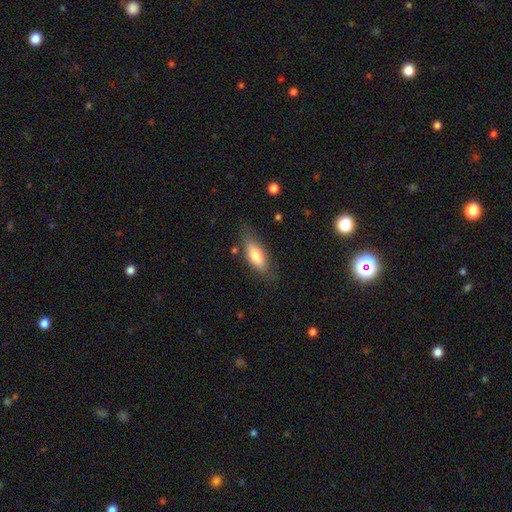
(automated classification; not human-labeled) Smooth or featured? Predicted: smooth (p=0.74). How rounded? Predicted: in between (p=0.69). Merging? Predicted: none (p=0.70).